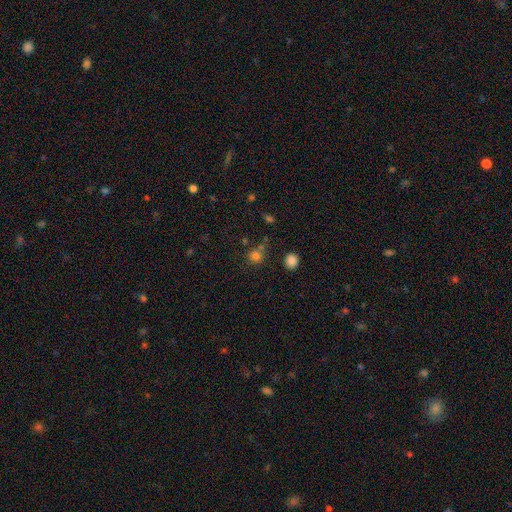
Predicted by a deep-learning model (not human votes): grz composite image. It shows a smooth galaxy with no disk features (77%) that is round (88%). Merging: none (70%).